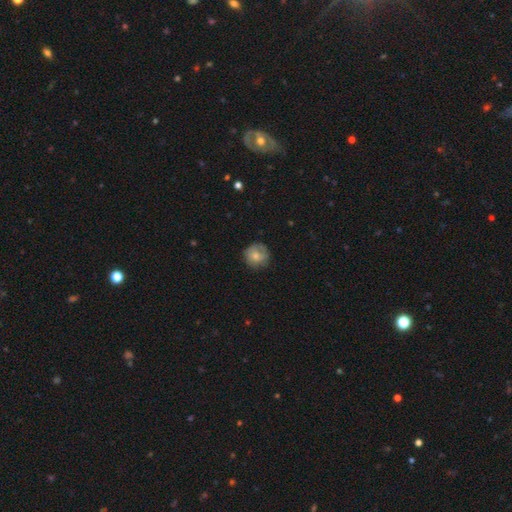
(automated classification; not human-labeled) Smooth or featured? smooth (71%)
How rounded? round (89%)
Merging? none (71%)